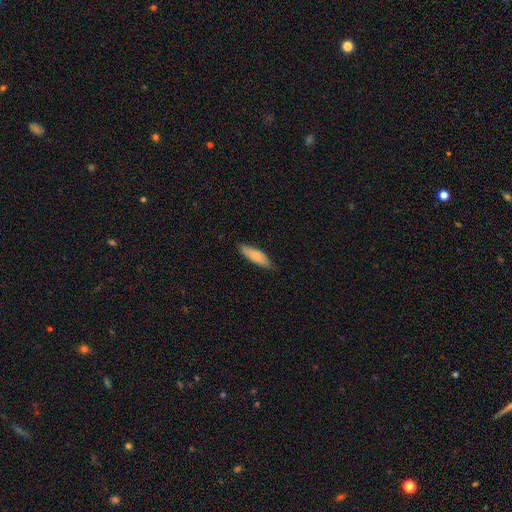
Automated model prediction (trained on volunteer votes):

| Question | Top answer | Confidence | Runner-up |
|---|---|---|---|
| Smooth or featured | smooth | 81% | featured or disk (14%) |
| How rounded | cigar-shaped | 54% | in between (45%) |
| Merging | none | 83% | minor disturbance (14%) |